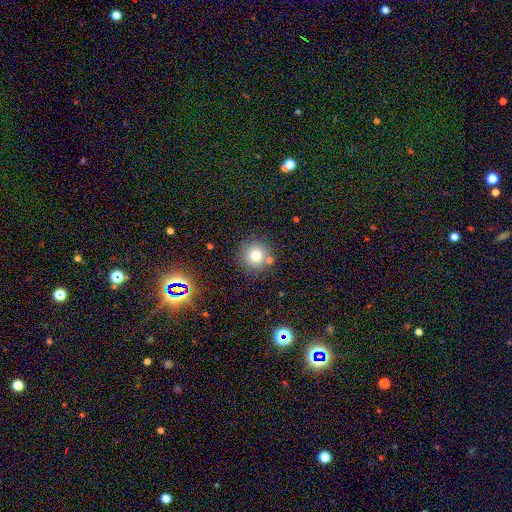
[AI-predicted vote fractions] smooth_or_featured: smooth (p=0.77) [alt: star or artifact p=0.14]
how_rounded: round (p=0.94) [alt: in between p=0.05]
merging: none (p=0.80) [alt: minor disturbance p=0.09]